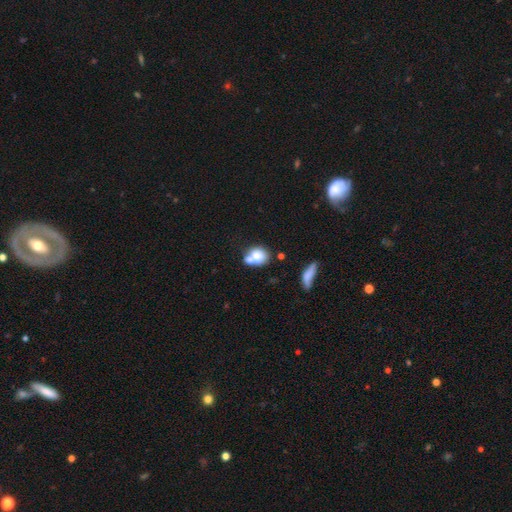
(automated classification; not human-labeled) Smooth or featured: smooth — 72% (featured or disk — 19%)
How rounded: round — 56% (in between — 42%)
Merging: merger — 50% (none — 34%)